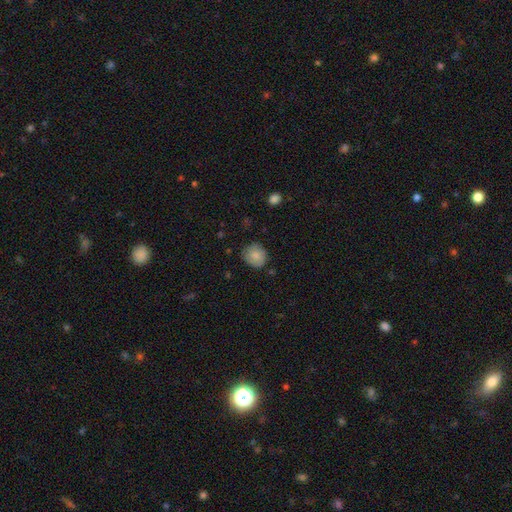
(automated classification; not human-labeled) smooth 80%, featured or disk 12%, star or artifact 8%. Down the decision tree: how rounded — round (81%); merging — none (77%).